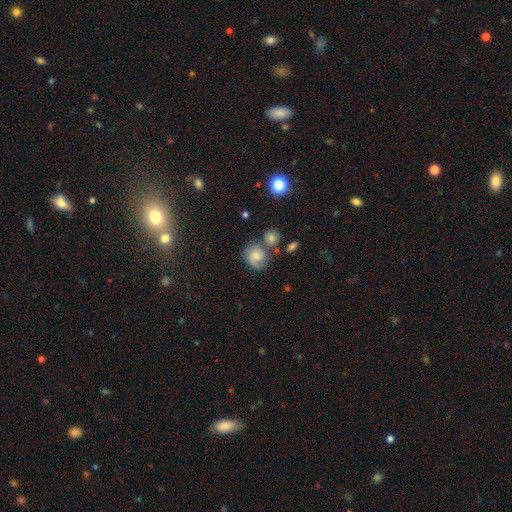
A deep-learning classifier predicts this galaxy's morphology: Overall: smooth (66%). How rounded: round (75%). Merging: none (54%; minor disturbance 21%).